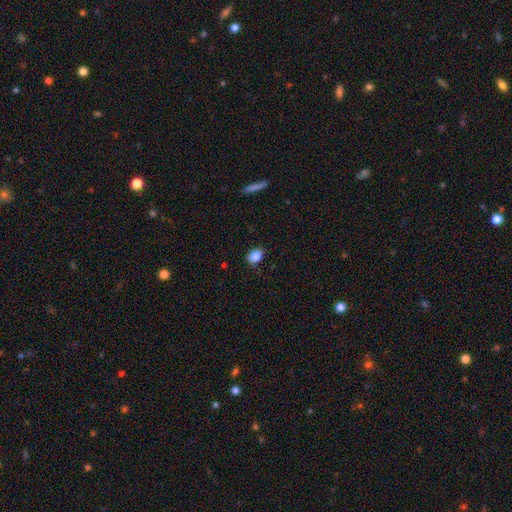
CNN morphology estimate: type=smooth (85%); roundness=in between (68%); merging=none (81%).